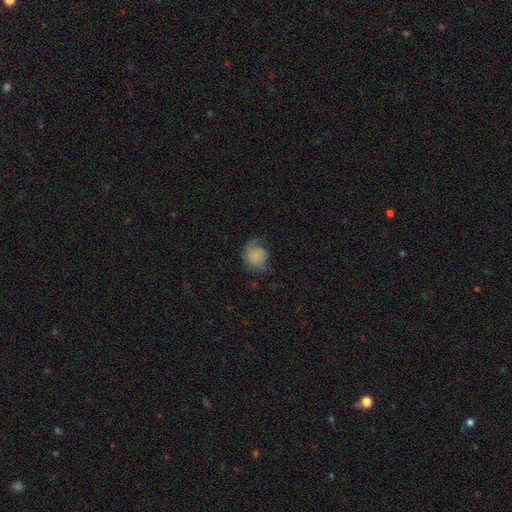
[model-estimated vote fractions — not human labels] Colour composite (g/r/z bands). It shows a smooth galaxy with no disk features (62%) that is round (62%). Merging: none (41%).